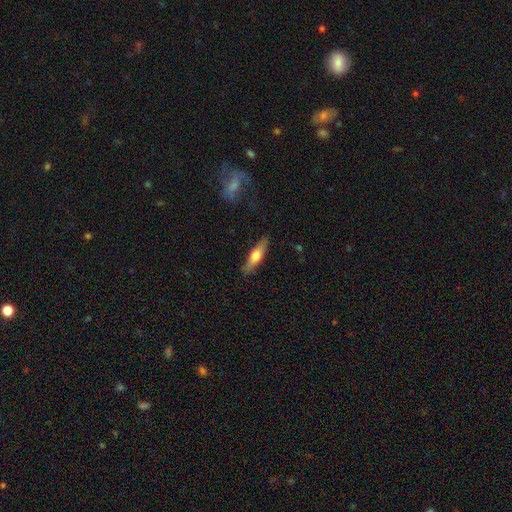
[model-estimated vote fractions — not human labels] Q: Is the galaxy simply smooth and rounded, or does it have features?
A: smooth — 55%.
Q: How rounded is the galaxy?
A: cigar-shaped — 72%.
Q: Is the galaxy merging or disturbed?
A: none — 86%.